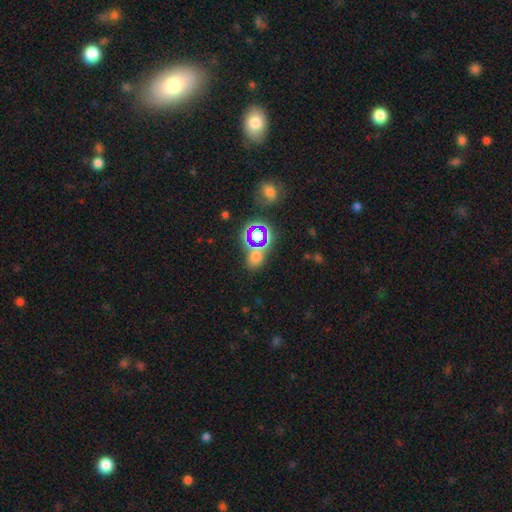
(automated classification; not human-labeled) Q: Smooth or featured?
A: smooth (49%); runner-up: star or artifact (41%)
Q: Merging?
A: none (62%); runner-up: merger (20%)